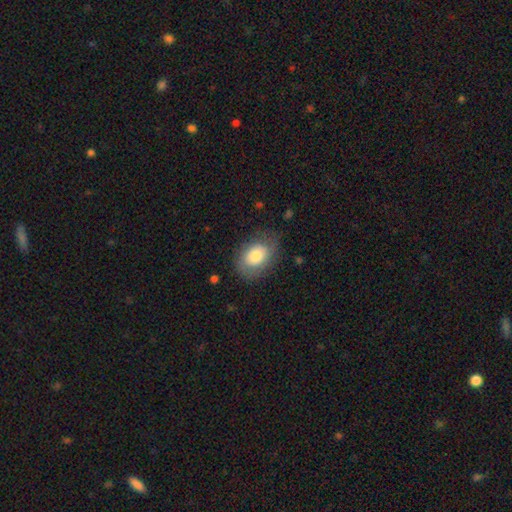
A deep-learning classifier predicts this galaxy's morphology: Q: Smooth or featured?
A: smooth (70%); runner-up: featured or disk (23%)
Q: How rounded?
A: in between (76%); runner-up: round (23%)
Q: Merging?
A: none (67%); runner-up: minor disturbance (22%)